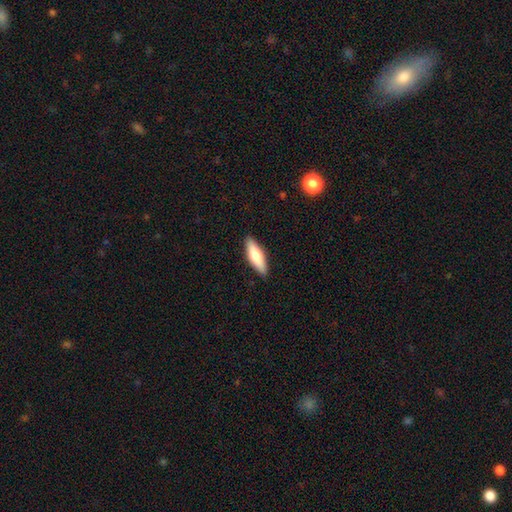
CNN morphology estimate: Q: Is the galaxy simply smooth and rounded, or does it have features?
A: smooth — 72%.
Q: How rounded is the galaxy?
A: cigar-shaped — 51%.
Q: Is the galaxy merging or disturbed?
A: none — 89%.